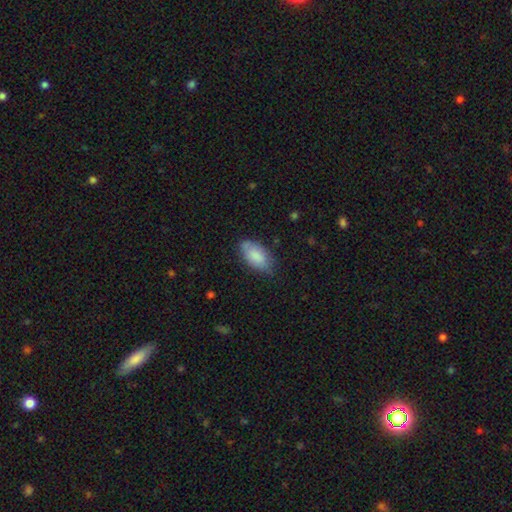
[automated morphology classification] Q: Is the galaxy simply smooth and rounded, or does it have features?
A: smooth — 83%.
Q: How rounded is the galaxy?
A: in between — 94%.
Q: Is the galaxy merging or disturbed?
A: none — 68%.